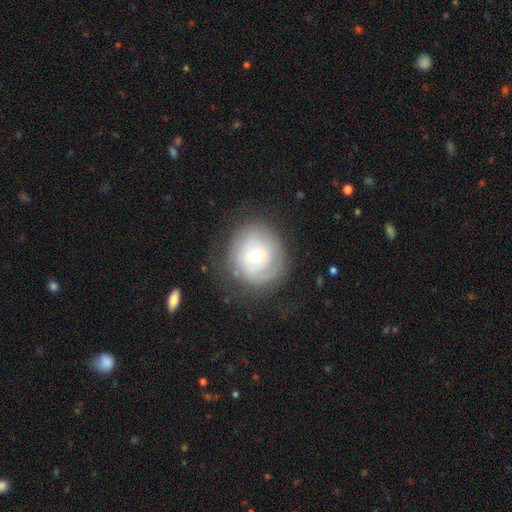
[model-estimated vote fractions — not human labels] Smooth or featured: featured or disk — 54% (smooth — 38%)
Edge-on disk: no — 96% (yes — 4%)
Bar: no — 81% (weak — 15%)
Spiral arms: yes — 53% (no — 47%)
Bulge size: moderate — 64% (small — 29%)
Merging: none — 69% (minor disturbance — 19%)